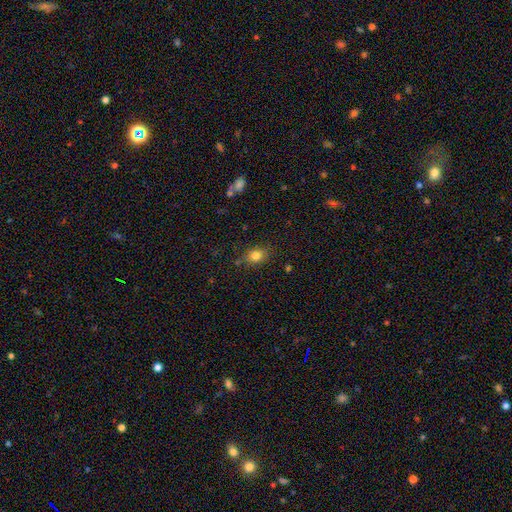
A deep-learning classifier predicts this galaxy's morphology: Smooth or featured: smooth — 81% (star or artifact — 11%)
How rounded: in between — 57% (round — 41%)
Merging: none — 79% (minor disturbance — 15%)